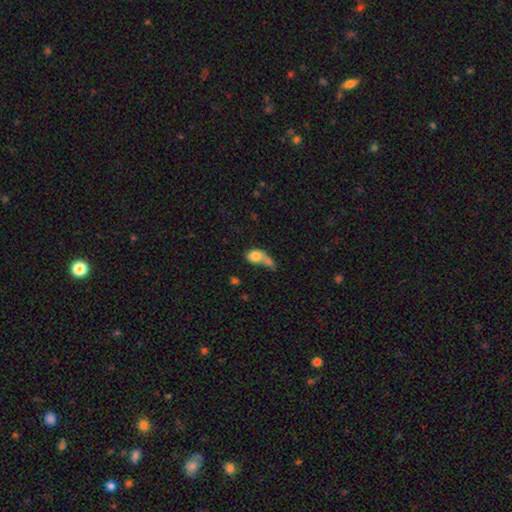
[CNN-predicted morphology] A smooth galaxy with no disk features (74%) that is in between round and cigar-shaped (67%).

Vote fractions:
- Smooth or featured? smooth: 74% / featured or disk: 18% / star or artifact: 8%
- How rounded? in between: 67% / round: 29% / cigar-shaped: 4%
- Merging? merger: 45% / major disturbance: 21% / none: 20% / minor disturbance: 13%